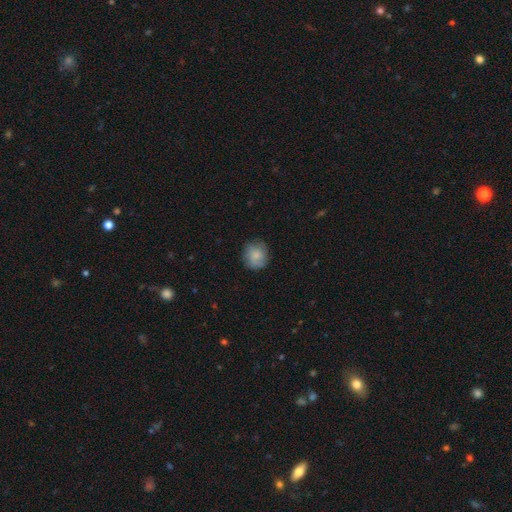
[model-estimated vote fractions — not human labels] Smooth or featured: smooth — 78% (featured or disk — 14%)
How rounded: round — 82% (in between — 17%)
Merging: none — 76% (minor disturbance — 18%)